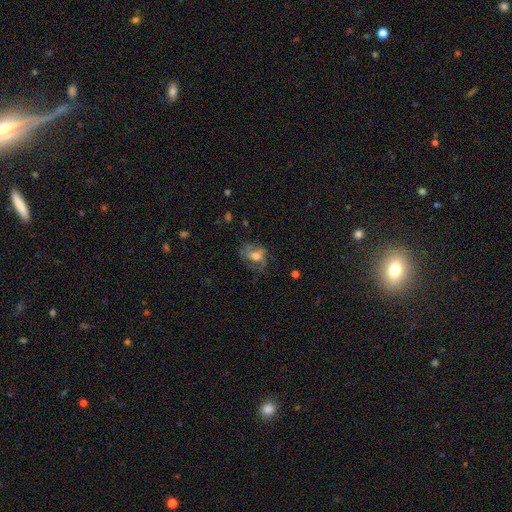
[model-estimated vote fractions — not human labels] smooth_or_featured: featured or disk (p=0.50) [alt: smooth p=0.38]
disk_edge_on: no (p=0.96) [alt: yes p=0.04]
merging: none (p=0.47) [alt: major disturbance p=0.28]